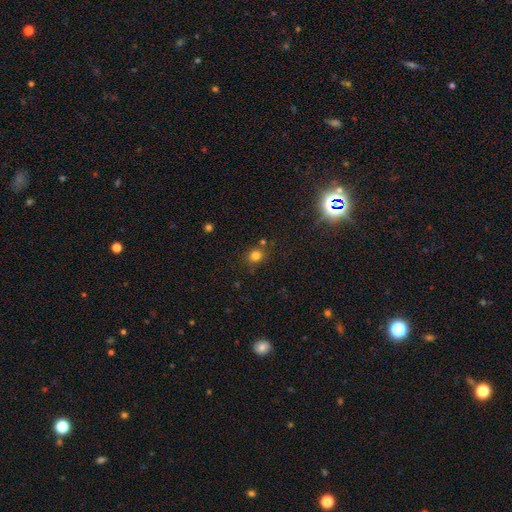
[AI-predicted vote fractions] Smooth or featured: smooth — 79% (star or artifact — 15%)
How rounded: round — 80% (in between — 19%)
Merging: none — 79% (minor disturbance — 11%)